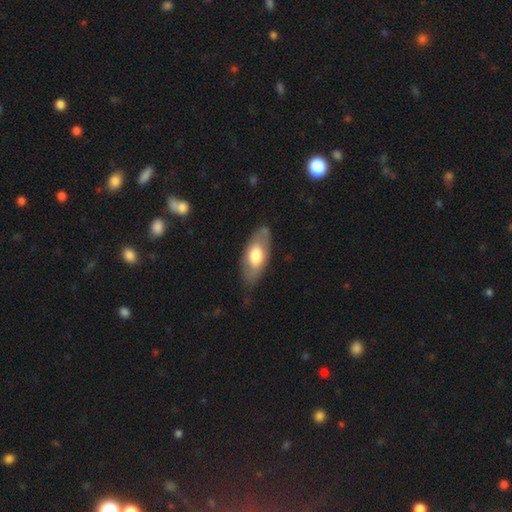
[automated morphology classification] smooth_or_featured: smooth (p=0.60) [alt: featured or disk p=0.35]
how_rounded: in between (p=0.86) [alt: cigar-shaped p=0.11]
merging: none (p=0.75) [alt: minor disturbance p=0.18]